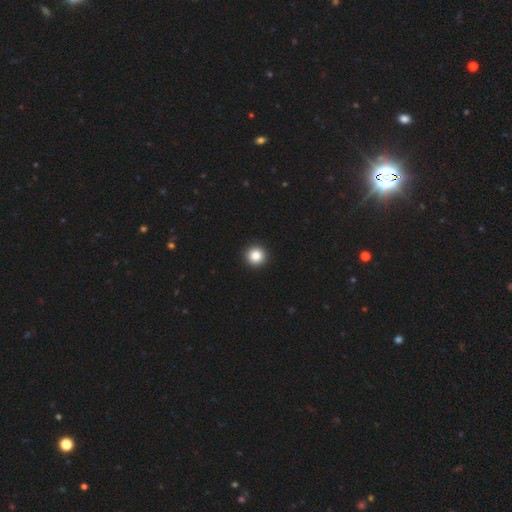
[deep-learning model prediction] Smooth or featured: smooth — 86% (star or artifact — 10%)
How rounded: round — 96% (in between — 3%)
Merging: none — 94% (minor disturbance — 4%)